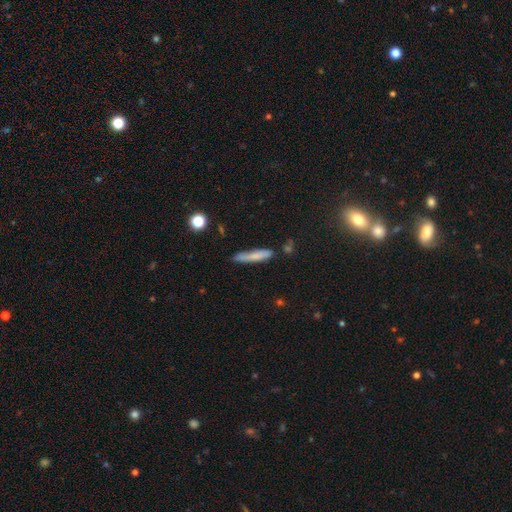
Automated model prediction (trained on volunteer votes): The model was most divided on "merging": none: 69%, minor disturbance: 21%, major disturbance: 5%, merger: 5%. More confident: how rounded — cigar-shaped (91%); smooth or featured — smooth (73%).